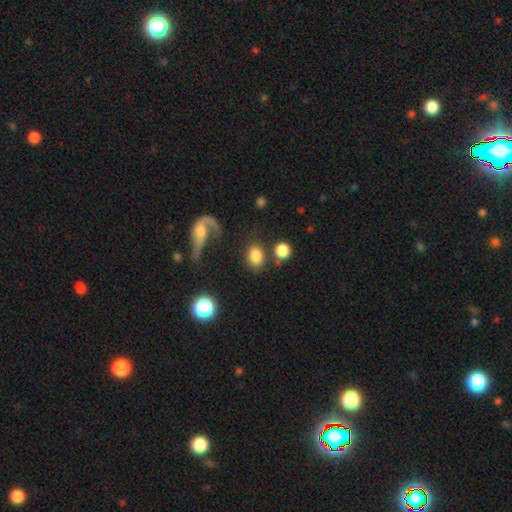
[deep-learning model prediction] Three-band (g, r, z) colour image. It shows a smooth galaxy with no disk features (79%) that is in between round and cigar-shaped (55%). Merging: none (68%).